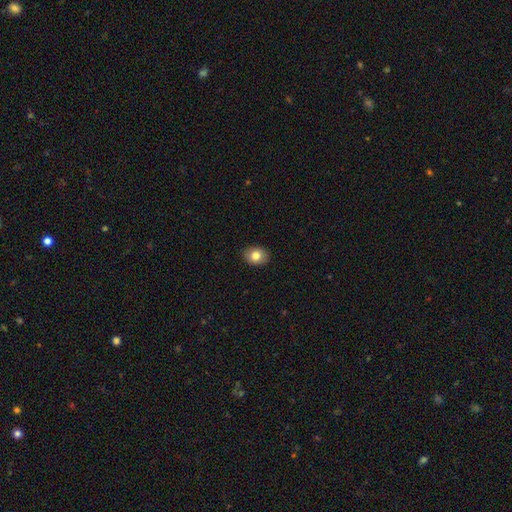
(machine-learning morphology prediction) Overall: smooth (81%). How rounded: in between (56%; round 43%). Merging: none (90%).